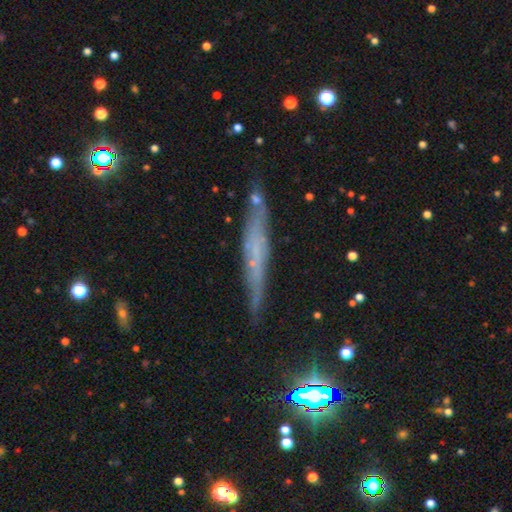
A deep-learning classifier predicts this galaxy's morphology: featured or disk 52%, smooth 35%, star or artifact 13%. Down the decision tree: edge-on disk — yes (90%); merging — none (81%).